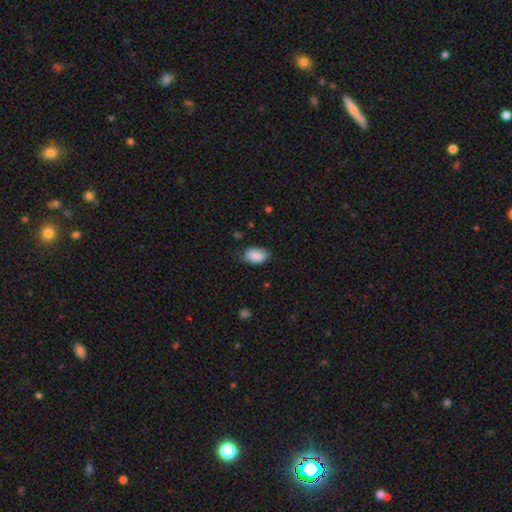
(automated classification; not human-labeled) smooth_or_featured: smooth (p=0.88) [alt: star or artifact p=0.07]
how_rounded: in between (p=0.91) [alt: round p=0.08]
merging: none (p=0.70) [alt: minor disturbance p=0.24]